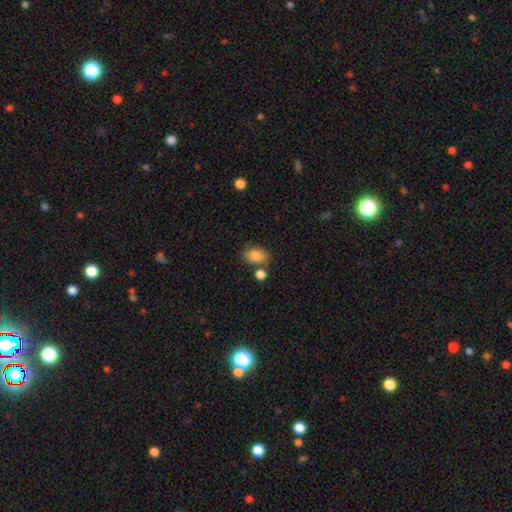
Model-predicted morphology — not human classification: Smooth or featured? smooth (84%)
How rounded? in between (82%)
Merging? none (67%)